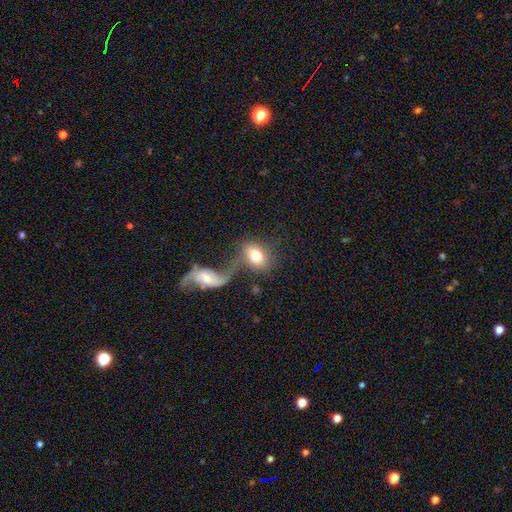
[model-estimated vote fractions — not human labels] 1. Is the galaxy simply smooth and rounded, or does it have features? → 72% smooth, 21% featured or disk, 7% star or artifact.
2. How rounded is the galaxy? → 76% in between, 22% round, 2% cigar-shaped.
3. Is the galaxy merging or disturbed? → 52% merger, 27% none, 11% major disturbance, 9% minor disturbance.